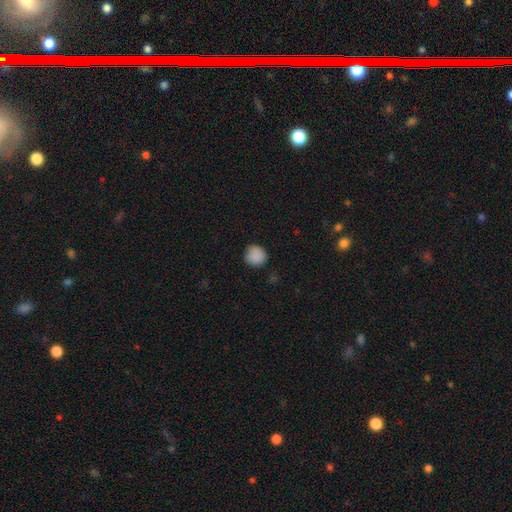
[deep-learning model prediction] Q: Smooth or featured?
A: smooth (87%); runner-up: star or artifact (9%)
Q: How rounded?
A: round (88%); runner-up: in between (11%)
Q: Merging?
A: none (80%); runner-up: minor disturbance (15%)